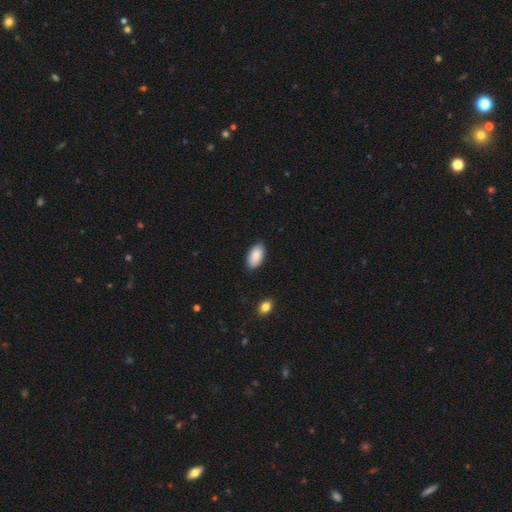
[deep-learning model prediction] Morphology: type=smooth (88%); roundness=in between (95%); merging=none (86%).